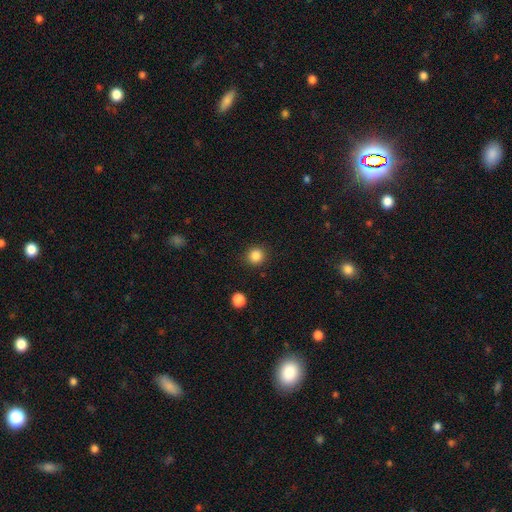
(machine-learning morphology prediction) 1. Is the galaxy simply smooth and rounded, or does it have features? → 85% smooth, 11% star or artifact, 3% featured or disk.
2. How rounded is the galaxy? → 91% round, 8% in between, 1% cigar-shaped.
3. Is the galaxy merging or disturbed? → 89% none, 7% minor disturbance, 2% major disturbance, 2% merger.